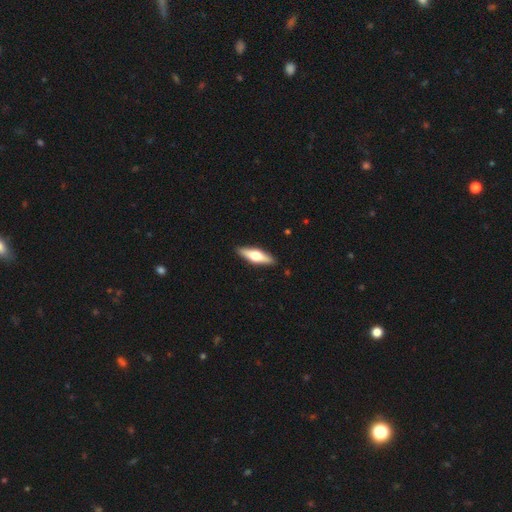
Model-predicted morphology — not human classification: type=featured or disk (50%); edge-on=yes (92%); merging=none (90%).